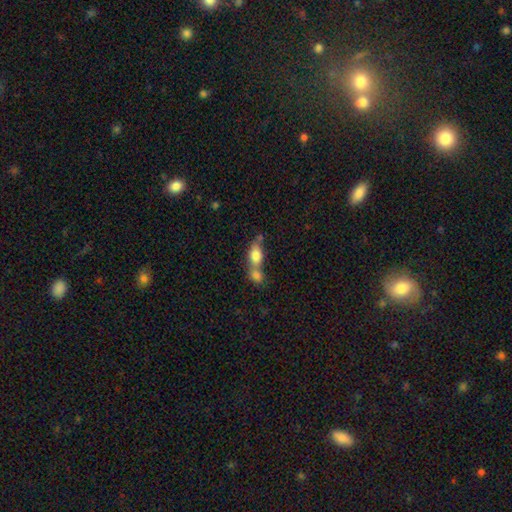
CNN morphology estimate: A smooth galaxy with no disk features (76%) that is in between round and cigar-shaped (73%).

Vote fractions:
- Smooth or featured? smooth: 76% / featured or disk: 16% / star or artifact: 8%
- How rounded? in between: 73% / round: 19% / cigar-shaped: 8%
- Merging? merger: 61% / none: 26% / minor disturbance: 8% / major disturbance: 4%